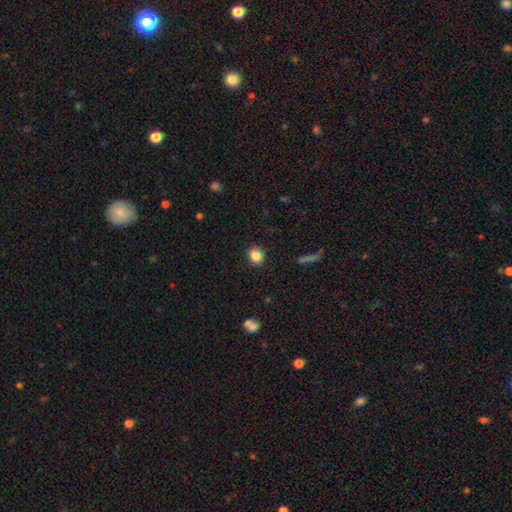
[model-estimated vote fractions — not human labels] Smooth or featured: smooth — 85% (star or artifact — 10%)
How rounded: in between — 52% (round — 47%)
Merging: none — 88% (minor disturbance — 8%)